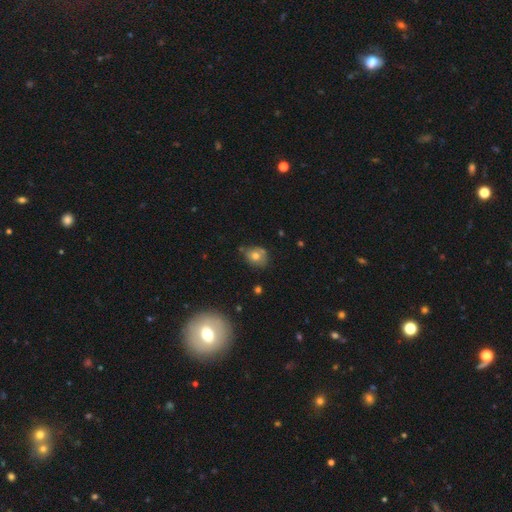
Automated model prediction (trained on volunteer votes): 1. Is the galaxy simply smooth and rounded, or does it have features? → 68% smooth, 20% featured or disk, 12% star or artifact.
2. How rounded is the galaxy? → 61% round, 38% in between, 1% cigar-shaped.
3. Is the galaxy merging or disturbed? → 57% none, 27% minor disturbance, 8% merger, 8% major disturbance.